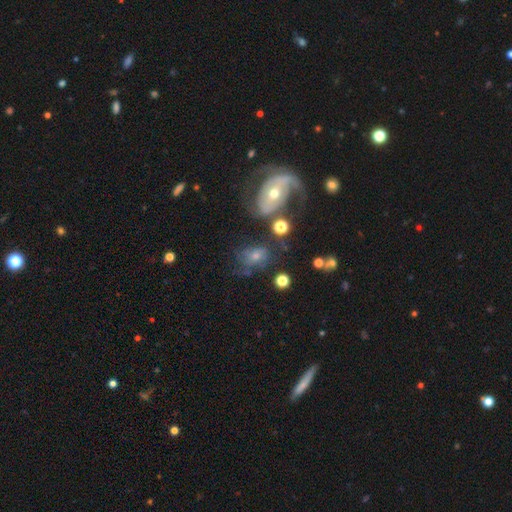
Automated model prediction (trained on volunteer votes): smooth-or-featured: featured or disk: 55% | smooth: 29% | star or artifact: 15%
  disk-edge-on: no: 95% | yes: 5%
    bar: no: 61% | weak: 28% | strong: 10%
    has-spiral-arms: yes: 77% | no: 23%
    bulge-size: moderate: 48% | small: 44% | large: 4% | none: 3% | dominant: 2%
  merging: none: 45% | major disturbance: 22% | minor disturbance: 19% | merger: 14%